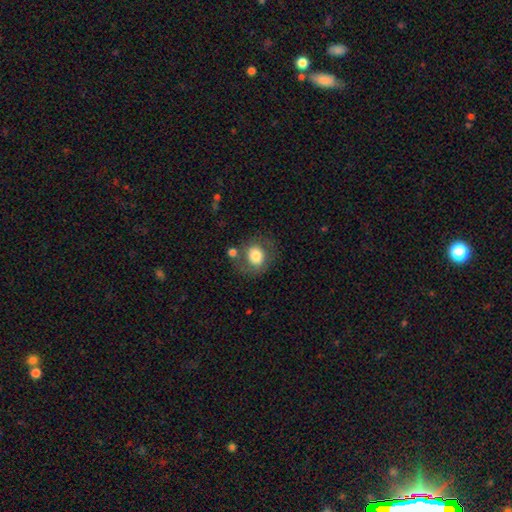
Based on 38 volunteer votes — Smooth or featured? smooth (84%)
How rounded? round (84%)
Merging? none (63%)